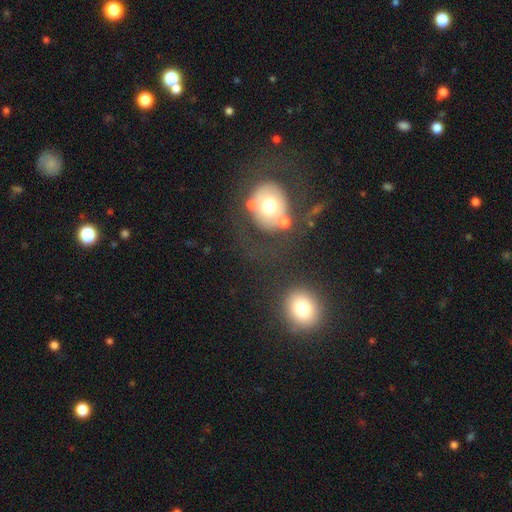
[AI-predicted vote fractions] The model was most divided on "smooth or featured": smooth: 36%, featured or disk: 33%, star or artifact: 30%. More confident: merging — none (62%).